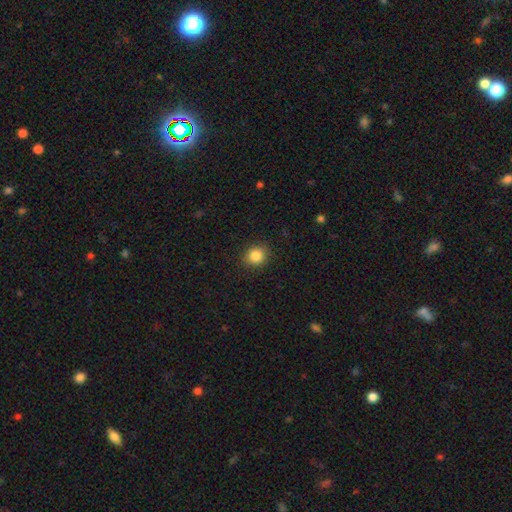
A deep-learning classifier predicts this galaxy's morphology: A smooth galaxy with no disk features (85%) that is round (83%).

Vote fractions:
- Smooth or featured? smooth: 85% / star or artifact: 10% / featured or disk: 5%
- How rounded? round: 83% / in between: 16% / cigar-shaped: 1%
- Merging? none: 89% / minor disturbance: 8% / major disturbance: 2% / merger: 1%